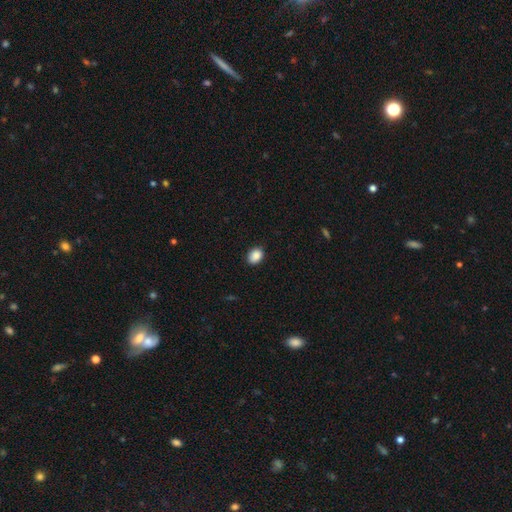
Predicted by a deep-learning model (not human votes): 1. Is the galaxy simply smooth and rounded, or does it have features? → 89% smooth, 8% star or artifact, 3% featured or disk.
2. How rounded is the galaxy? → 68% in between, 31% round, 1% cigar-shaped.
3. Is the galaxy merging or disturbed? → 88% none, 10% minor disturbance, 2% major disturbance, 1% merger.